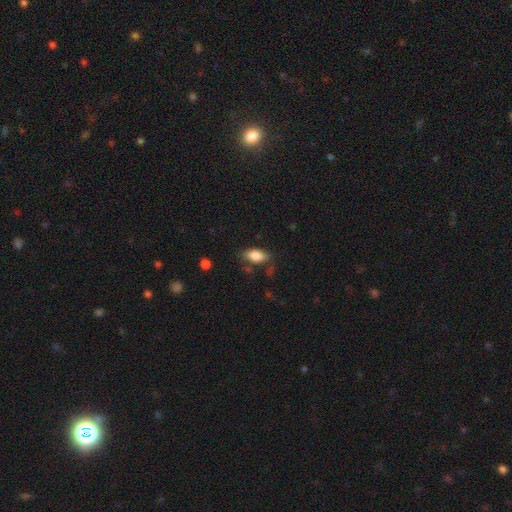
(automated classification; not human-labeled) Morphology: type=smooth (83%); roundness=in between (88%); merging=none (71%).